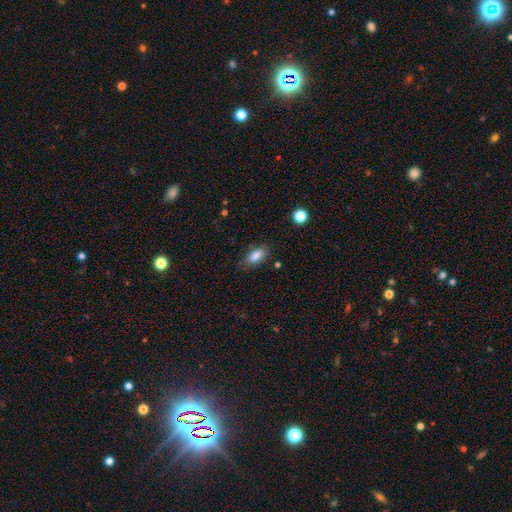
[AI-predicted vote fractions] smooth_or_featured: smooth (p=0.85) [alt: star or artifact p=0.08]
how_rounded: in between (p=0.84) [alt: cigar-shaped p=0.13]
merging: none (p=0.80) [alt: minor disturbance p=0.15]